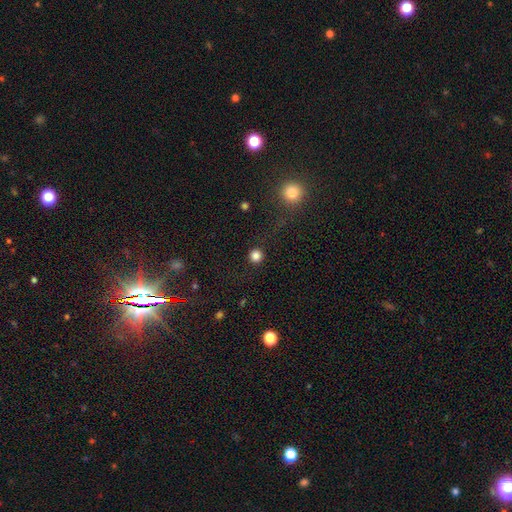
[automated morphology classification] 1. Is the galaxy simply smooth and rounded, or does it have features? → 83% smooth, 13% star or artifact, 4% featured or disk.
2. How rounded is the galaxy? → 94% round, 5% in between, 1% cigar-shaped.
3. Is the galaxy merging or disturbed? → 90% none, 6% minor disturbance, 3% major disturbance, 2% merger.